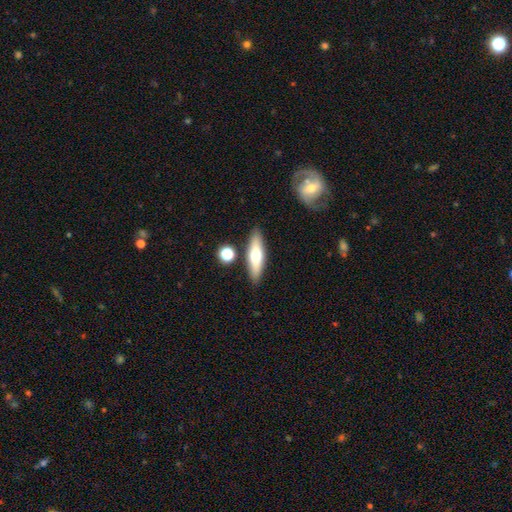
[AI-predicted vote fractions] Morphology: type=smooth (55%); roundness=cigar-shaped (62%); merging=none (84%).